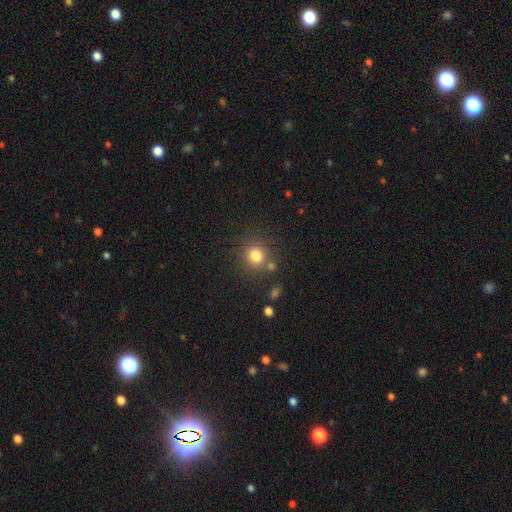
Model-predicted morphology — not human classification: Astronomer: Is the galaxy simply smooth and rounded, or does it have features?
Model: smooth — 80%.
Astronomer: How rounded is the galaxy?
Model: round — 88%.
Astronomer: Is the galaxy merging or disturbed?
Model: none — 76%.